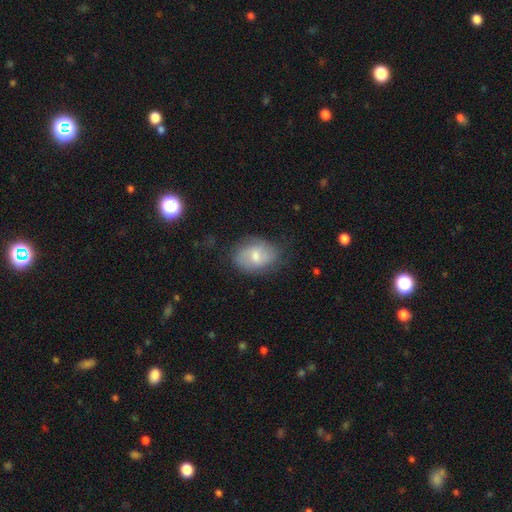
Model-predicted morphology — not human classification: type=smooth (61%); roundness=in between (72%); merging=none (66%).